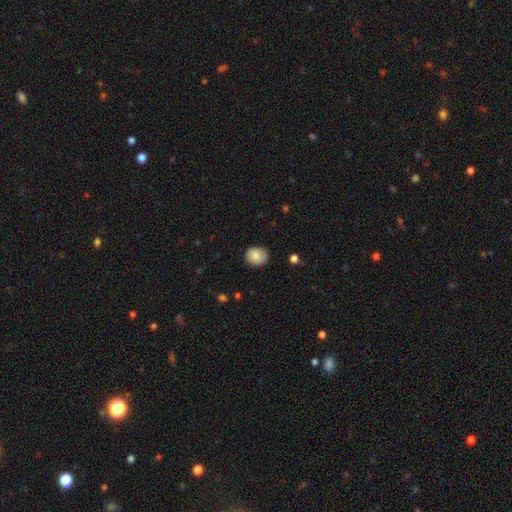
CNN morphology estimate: type=smooth (84%); roundness=round (74%); merging=none (83%).